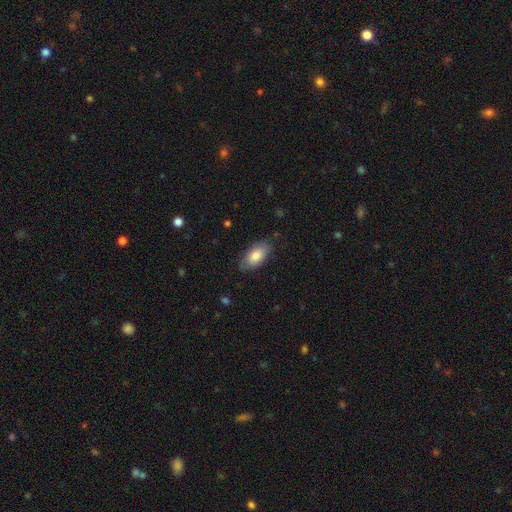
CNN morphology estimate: Smooth or featured: smooth — 82% (featured or disk — 12%)
How rounded: in between — 92% (cigar-shaped — 5%)
Merging: none — 80% (minor disturbance — 16%)